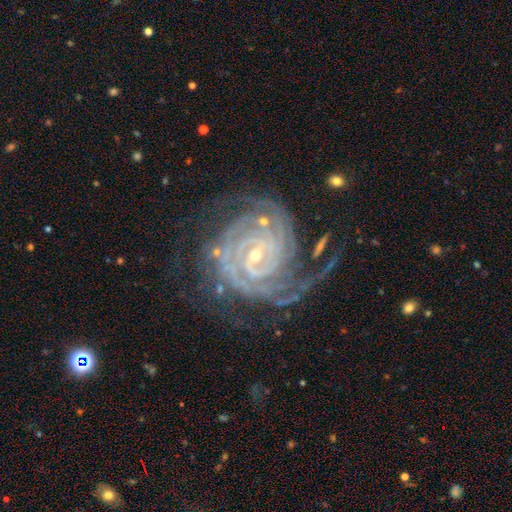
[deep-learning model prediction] Smooth or featured? featured or disk (92%)
Edge-on disk? no (97%)
Bar? weak (40%)
Spiral arms? yes (98%)
Spiral winding? tight (80%)
Spiral arm count? 2 (25%)
Bulge size? small (72%)
Merging? none (62%)